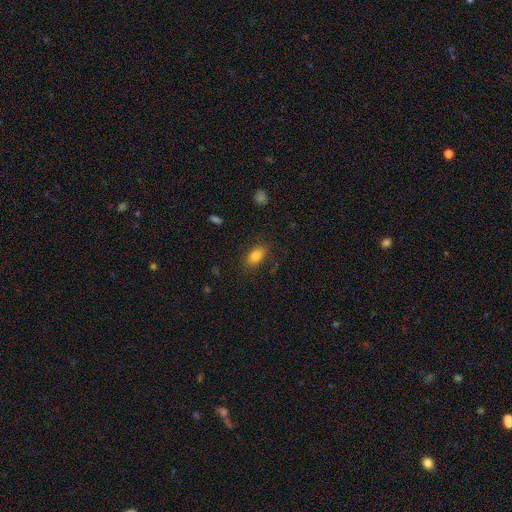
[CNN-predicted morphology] A smooth galaxy with no disk features (82%) that is in between round and cigar-shaped (87%).

Vote fractions:
- Smooth or featured? smooth: 82% / featured or disk: 9% / star or artifact: 9%
- How rounded? in between: 87% / round: 9% / cigar-shaped: 4%
- Merging? none: 81% / minor disturbance: 13% / major disturbance: 4% / merger: 1%